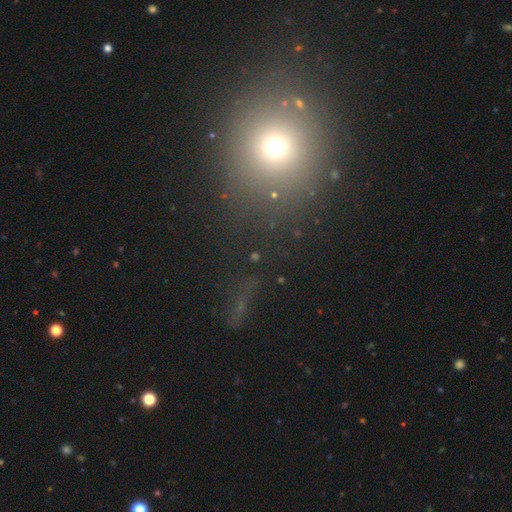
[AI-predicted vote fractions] This is possibly a smooth galaxy (48%). Merging: clearly none (80%).